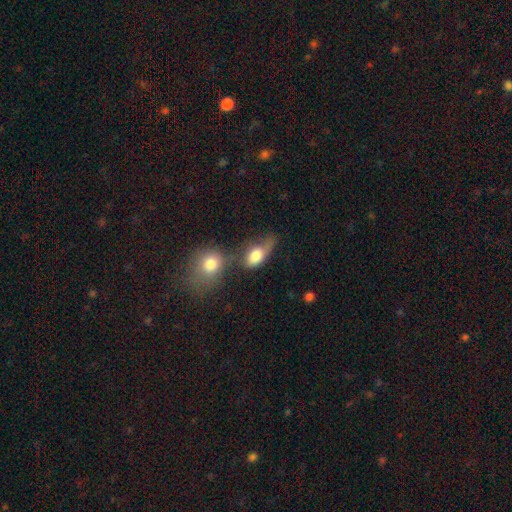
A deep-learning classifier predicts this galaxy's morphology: This is likely a smooth galaxy (76%). How rounded: likely in between (79%). Merging: marginally merger (39%).